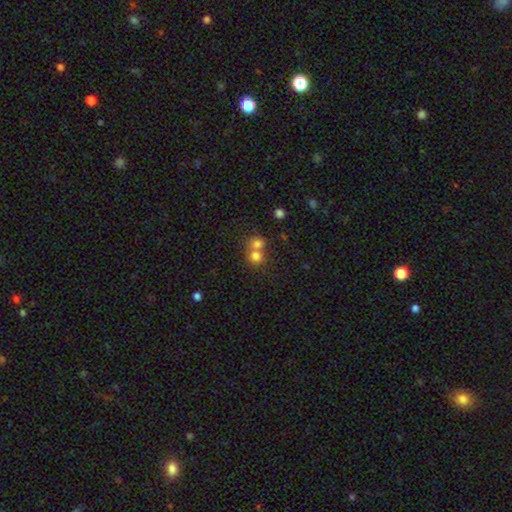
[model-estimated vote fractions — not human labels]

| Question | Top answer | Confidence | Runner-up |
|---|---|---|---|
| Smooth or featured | smooth | 75% | star or artifact (13%) |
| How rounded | round | 83% | in between (16%) |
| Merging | merger | 55% | none (37%) |